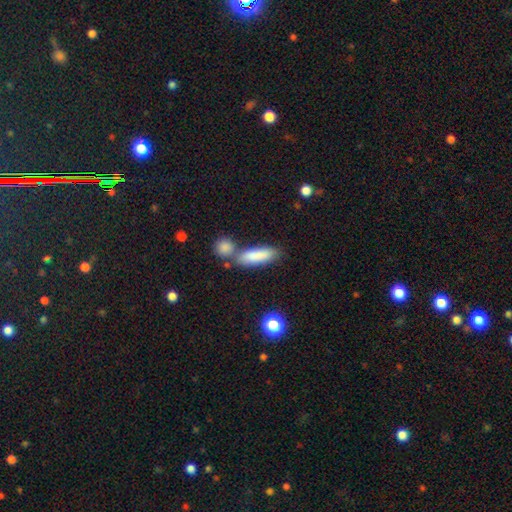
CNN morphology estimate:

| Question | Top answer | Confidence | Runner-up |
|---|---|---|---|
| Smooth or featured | smooth | 84% | featured or disk (9%) |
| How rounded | in between | 48% | tied: cigar-shaped (48%) |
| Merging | none | 56% | merger (26%) |